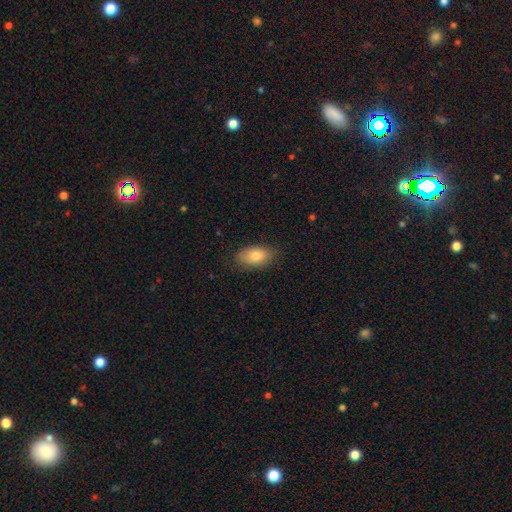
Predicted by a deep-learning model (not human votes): The model was most divided on "smooth or featured": smooth: 81%, featured or disk: 12%, star or artifact: 7%. More confident: how rounded — in between (91%); merging — none (84%).